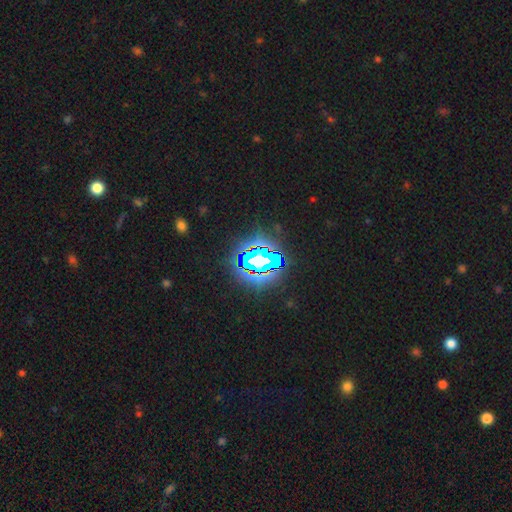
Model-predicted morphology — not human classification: The model was most divided on "smooth or featured": star or artifact: 80%, smooth: 11%, featured or disk: 8%.